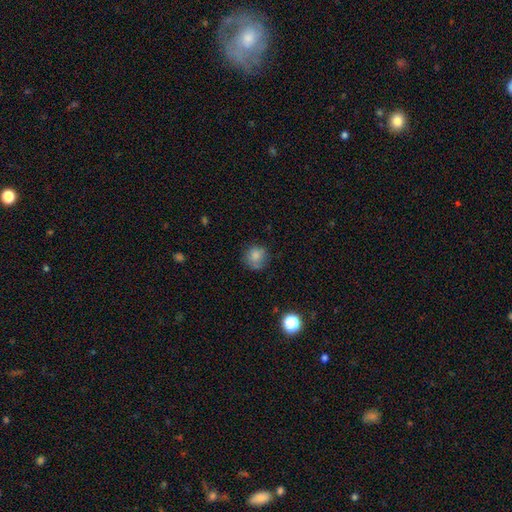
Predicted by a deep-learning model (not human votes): Q: Smooth or featured?
A: smooth (80%); runner-up: star or artifact (11%)
Q: How rounded?
A: round (84%); runner-up: in between (15%)
Q: Merging?
A: none (66%); runner-up: minor disturbance (23%)